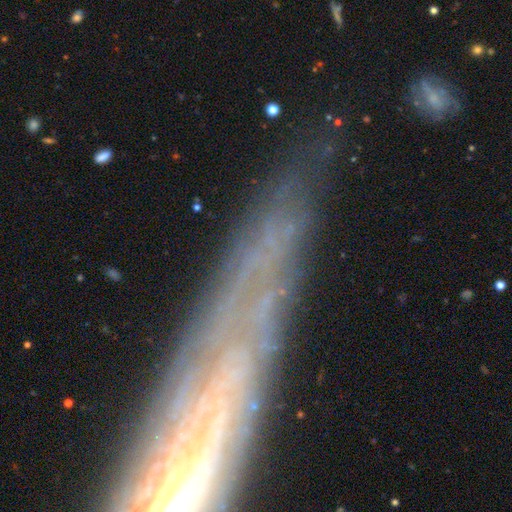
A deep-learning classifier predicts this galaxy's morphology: smooth_or_featured: featured or disk (p=0.60) [alt: star or artifact p=0.22]
disk_edge_on: no (p=0.51) [alt: yes p=0.49]
merging: none (p=0.76) [alt: minor disturbance p=0.15]